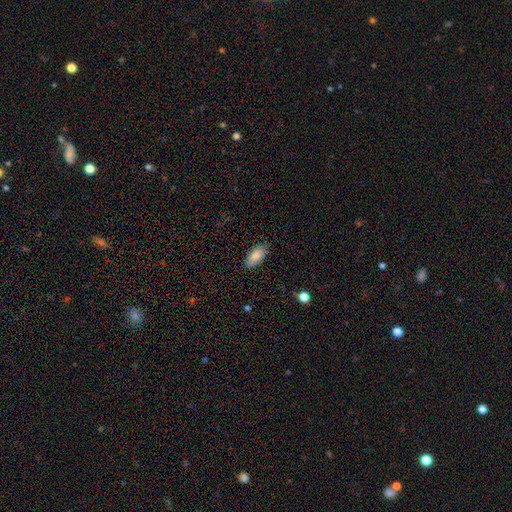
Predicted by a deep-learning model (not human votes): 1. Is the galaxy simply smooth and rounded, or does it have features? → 83% smooth, 10% featured or disk, 7% star or artifact.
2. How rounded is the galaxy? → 90% in between, 7% cigar-shaped, 2% round.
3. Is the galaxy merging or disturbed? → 84% none, 13% minor disturbance, 2% major disturbance, 1% merger.